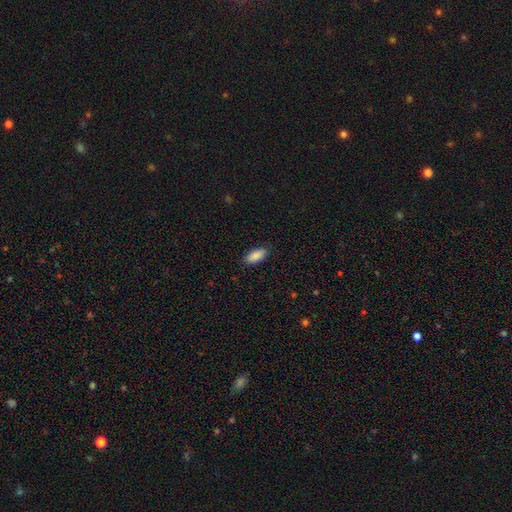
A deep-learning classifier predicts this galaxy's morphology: This is clearly a smooth galaxy (90%). How rounded: clearly in between (89%). Merging: clearly none (87%).